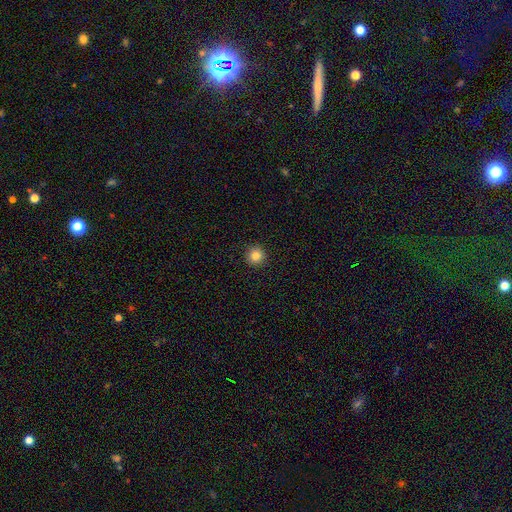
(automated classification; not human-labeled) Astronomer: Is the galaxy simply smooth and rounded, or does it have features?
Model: smooth — 83%.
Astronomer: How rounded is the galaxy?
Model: round — 96%.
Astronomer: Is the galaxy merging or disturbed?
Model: none — 93%.